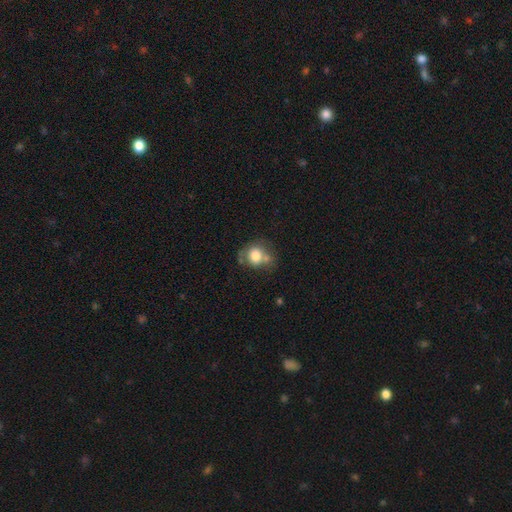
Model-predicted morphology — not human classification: Overall: smooth (75%). How rounded: round (68%; in between 31%). Merging: none (43%; merger 26%).